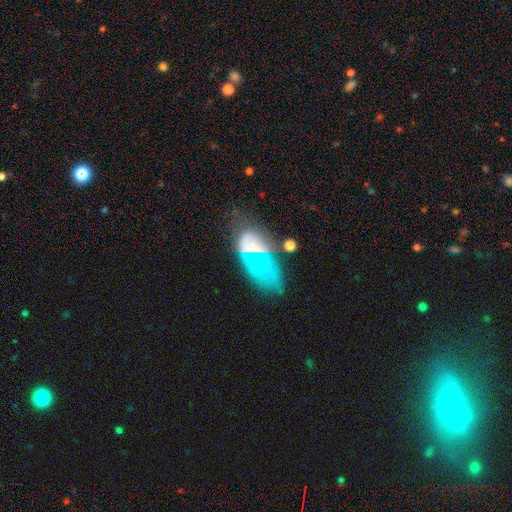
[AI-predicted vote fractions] This appears to be a smooth galaxy with no disk features (44%). Merging: none (37%).